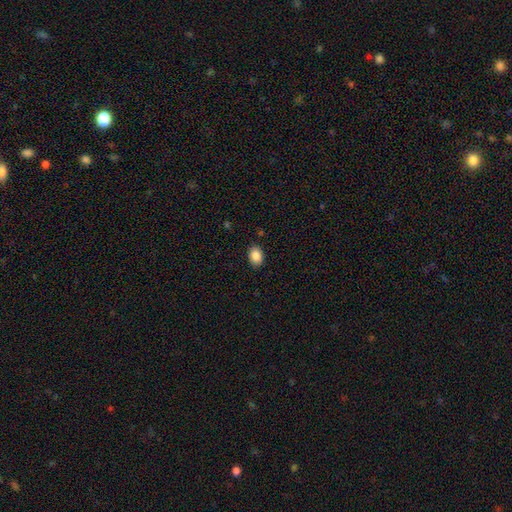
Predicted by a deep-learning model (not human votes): Smooth or featured? Predicted: smooth (p=0.88). How rounded? Predicted: in between (p=0.74). Merging? Predicted: none (p=0.89).